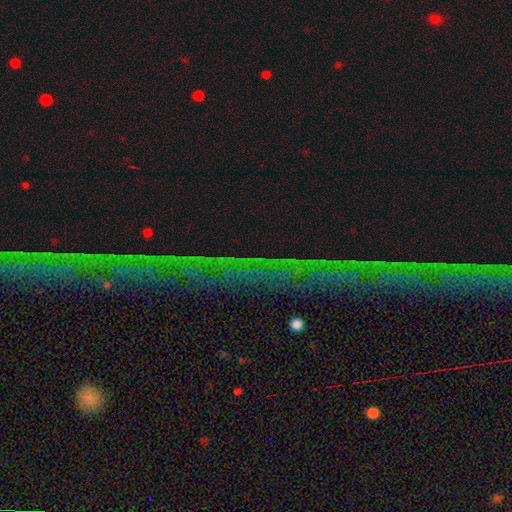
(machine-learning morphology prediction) smooth_or_featured: star or artifact (p=0.76) [alt: featured or disk p=0.13]